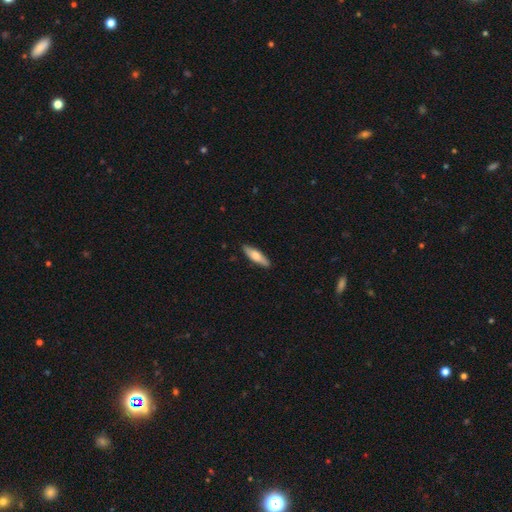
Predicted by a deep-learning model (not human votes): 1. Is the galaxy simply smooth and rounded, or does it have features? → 64% smooth, 31% featured or disk, 5% star or artifact.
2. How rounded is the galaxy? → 60% cigar-shaped, 38% in between, 2% round.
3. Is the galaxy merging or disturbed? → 88% none, 9% minor disturbance, 2% major disturbance, 1% merger.